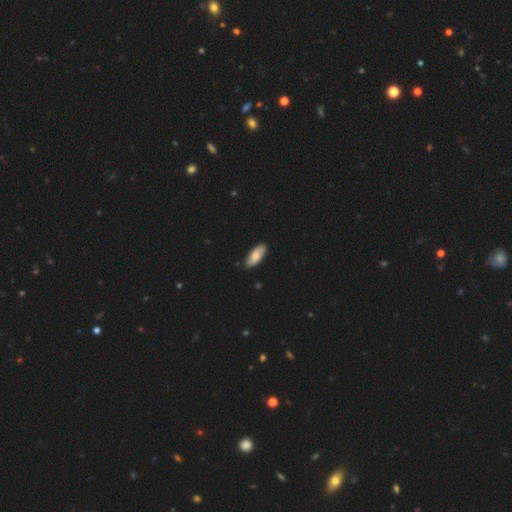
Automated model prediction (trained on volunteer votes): The model was most divided on "how rounded": in between: 79%, cigar-shaped: 19%, round: 2%. More confident: merging — none (87%); smooth or featured — smooth (77%).